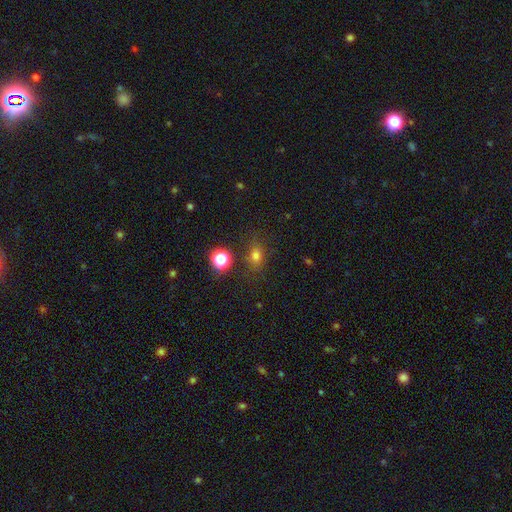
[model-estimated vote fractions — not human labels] Smooth or featured? smooth (71%)
How rounded? in between (53%)
Merging? none (78%)